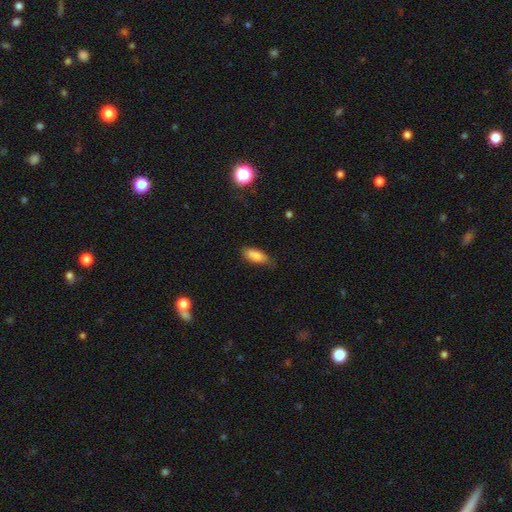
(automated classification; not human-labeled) Overall: smooth (83%). How rounded: in between (79%). Merging: none (64%; minor disturbance 28%).